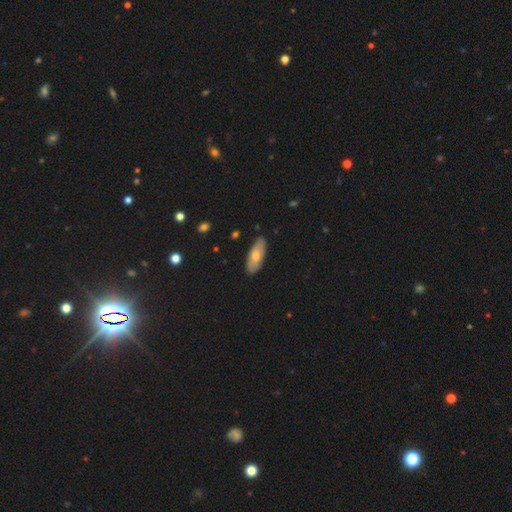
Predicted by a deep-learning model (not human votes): Q: Smooth or featured?
A: smooth (63%); runner-up: featured or disk (30%)
Q: How rounded?
A: in between (77%); runner-up: cigar-shaped (21%)
Q: Merging?
A: none (86%); runner-up: minor disturbance (11%)